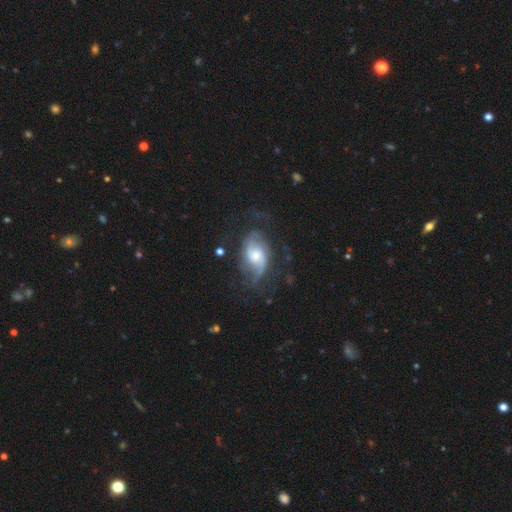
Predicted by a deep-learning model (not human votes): Smooth or featured? featured or disk (76%)
Edge-on disk? no (96%)
Bar? no (60%)
Spiral arms? yes (91%)
Spiral winding? medium (42%)
Spiral arm count? 2 (67%)
Bulge size? moderate (53%)
Merging? none (56%)